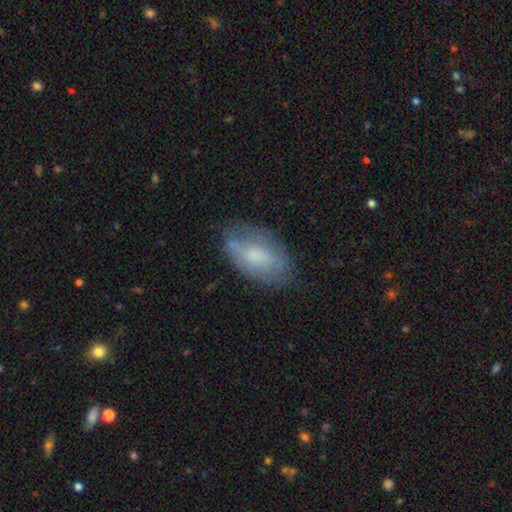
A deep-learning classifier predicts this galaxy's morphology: Smooth or featured?
  - smooth: 60% *
  - featured or disk: 33%
  - star or artifact: 7%
How rounded?
  - in between: 92% *
  - round: 5%
  - cigar-shaped: 3%
Merging?
  - none: 63% *
  - minor disturbance: 26%
  - major disturbance: 9%
  - merger: 3%